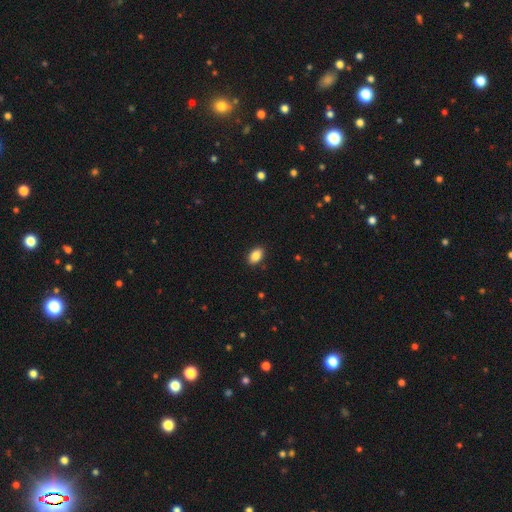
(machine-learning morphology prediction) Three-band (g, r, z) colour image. It shows a smooth galaxy with no disk features (87%) that is in between round and cigar-shaped (89%). Merging: none (89%).